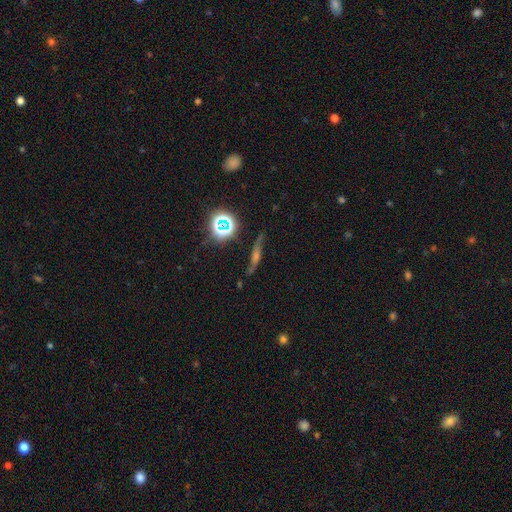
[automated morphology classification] smooth-or-featured: featured or disk: 51% | star or artifact: 25% | smooth: 24%
  disk-edge-on: yes: 75% | no: 25%
  merging: none: 77% | minor disturbance: 15% | major disturbance: 5% | merger: 3%